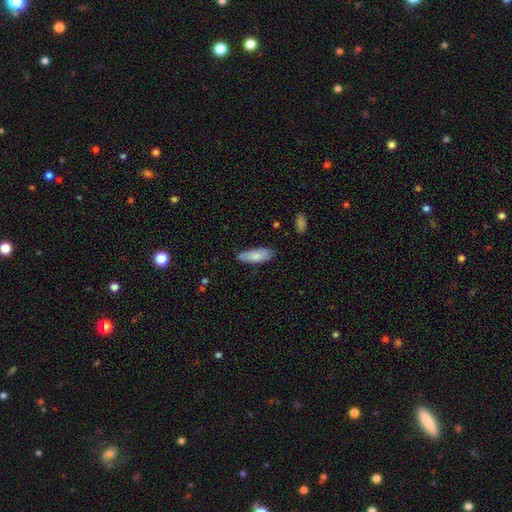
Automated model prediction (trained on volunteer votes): Smooth or featured? Predicted: smooth (p=0.79). How rounded? Predicted: in between (p=0.65). Merging? Predicted: none (p=0.75).